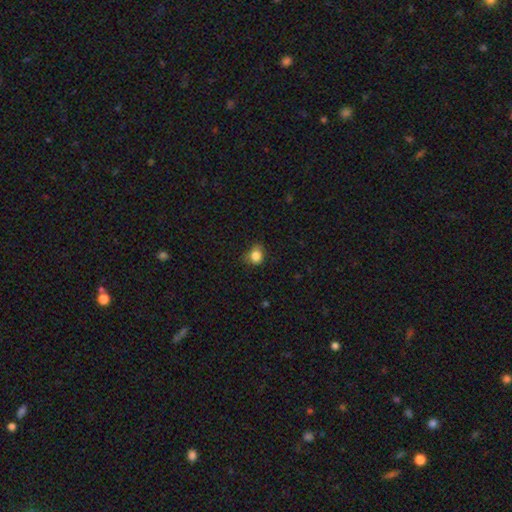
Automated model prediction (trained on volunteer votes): Q: Smooth or featured?
A: smooth (83%); runner-up: star or artifact (11%)
Q: How rounded?
A: round (67%); runner-up: in between (32%)
Q: Merging?
A: none (58%); runner-up: minor disturbance (32%)